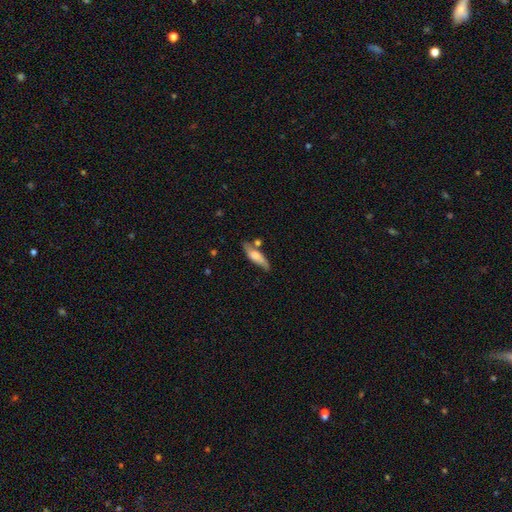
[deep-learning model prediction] This appears to be a smooth galaxy with no disk features (56%) that is cigar-shaped (52%). Merging: none (63%).